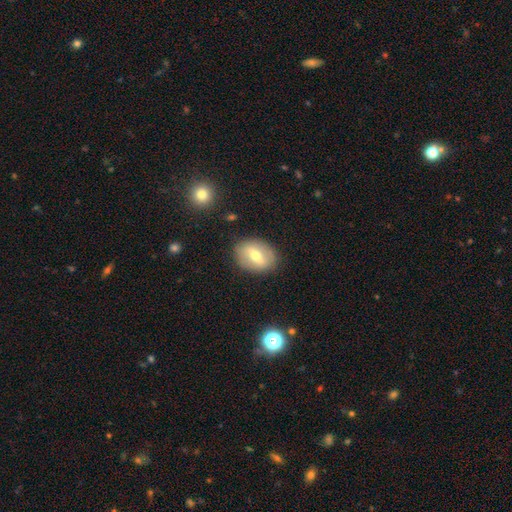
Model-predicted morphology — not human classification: This appears to be a smooth galaxy with no disk features (49%). Merging: none (85%).